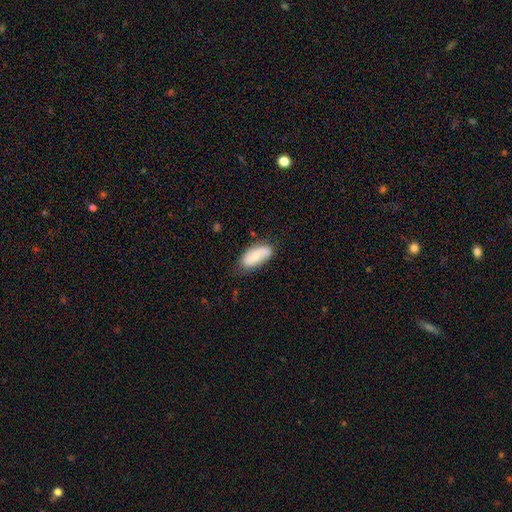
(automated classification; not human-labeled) Overall: smooth (59%; featured or disk 34%). How rounded: in between (87%). Merging: none (68%).